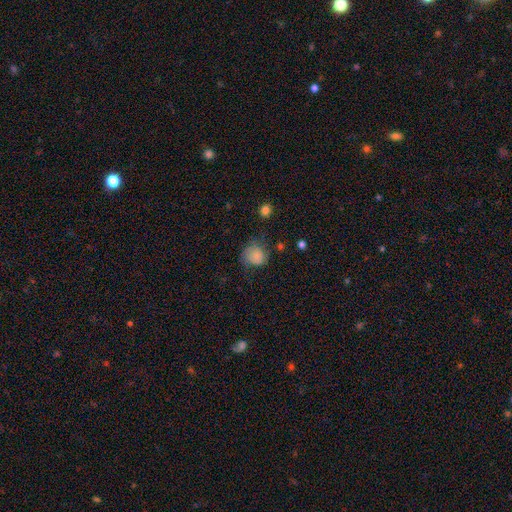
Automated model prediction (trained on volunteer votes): Smooth or featured? Predicted: smooth (p=0.76). How rounded? Predicted: round (p=0.78). Merging? Predicted: none (p=0.54).